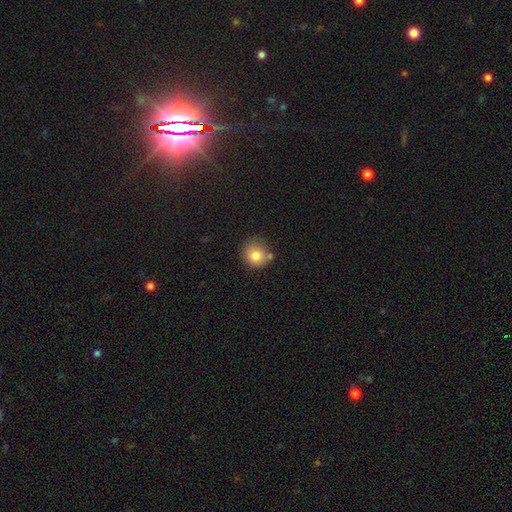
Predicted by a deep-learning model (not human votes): smooth 80%, star or artifact 11%, featured or disk 9%. Down the decision tree: how rounded — round (87%); merging — none (66%).